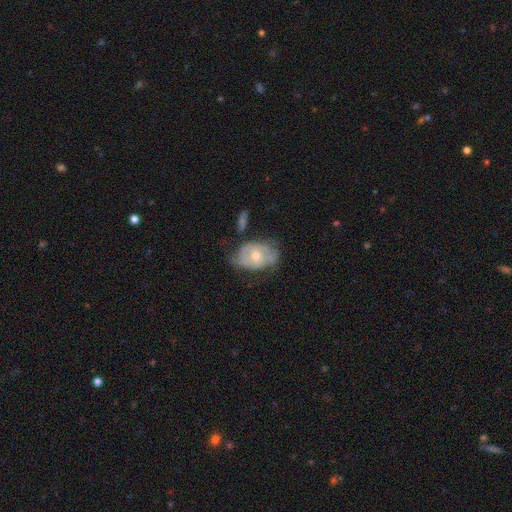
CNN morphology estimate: smooth_or_featured: featured or disk (p=0.69) [alt: smooth p=0.24]
disk_edge_on: no (p=0.95) [alt: yes p=0.05]
bar: no (p=0.75) [alt: weak p=0.20]
has_spiral_arms: yes (p=0.68) [alt: no p=0.32]
bulge_size: moderate (p=0.66) [alt: small p=0.29]
merging: none (p=0.47) [alt: minor disturbance p=0.30]